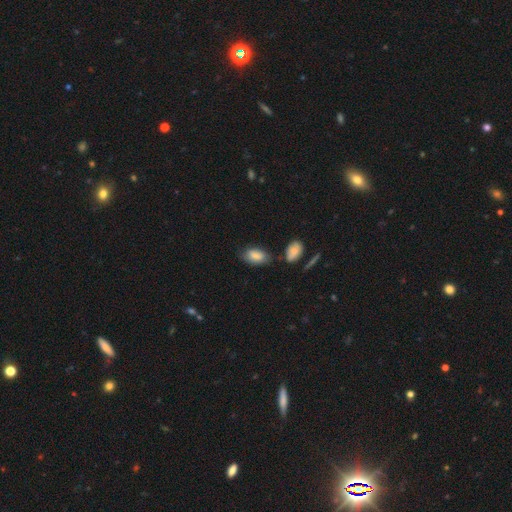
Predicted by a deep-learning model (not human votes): A smooth galaxy with no disk features (81%) that is in between round and cigar-shaped (92%).

Vote fractions:
- Smooth or featured? smooth: 81% / featured or disk: 11% / star or artifact: 8%
- How rounded? in between: 92% / round: 4% / cigar-shaped: 4%
- Merging? none: 62% / minor disturbance: 25% / merger: 7% / major disturbance: 6%